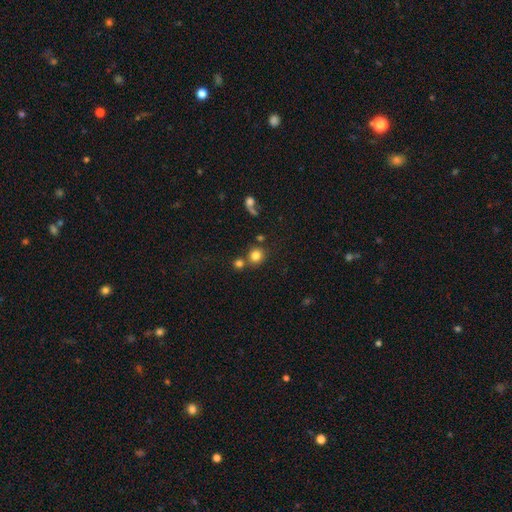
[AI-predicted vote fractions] Smooth or featured? Predicted: smooth (p=0.80). How rounded? Predicted: round (p=0.85). Merging? Predicted: none (p=0.69).